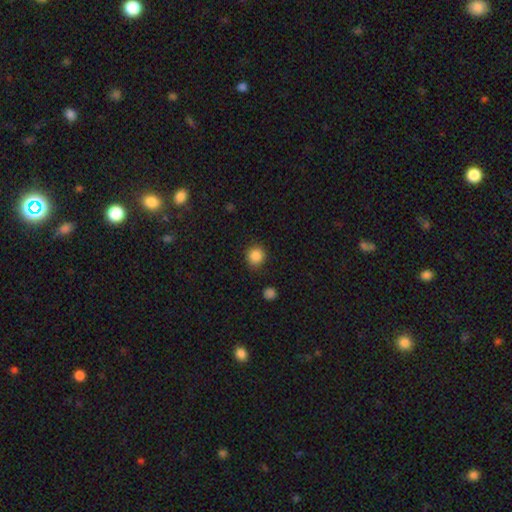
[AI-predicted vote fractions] The model was most divided on "smooth or featured": smooth: 86%, star or artifact: 11%, featured or disk: 3%. More confident: how rounded — round (91%); merging — none (88%).